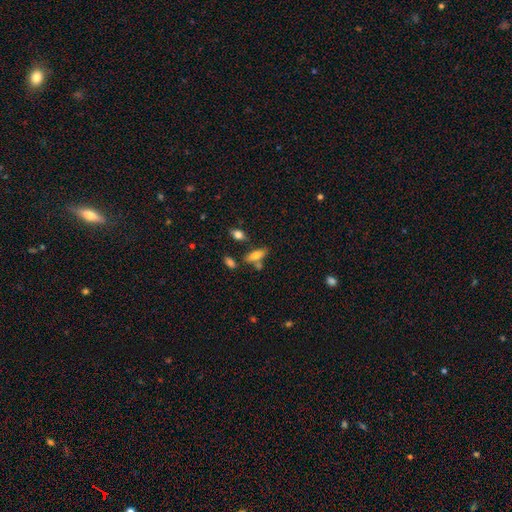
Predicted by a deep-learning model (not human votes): A smooth galaxy with no disk features (66%) that is in between round and cigar-shaped (65%).

Vote fractions:
- Smooth or featured? smooth: 66% / featured or disk: 25% / star or artifact: 9%
- How rounded? in between: 65% / cigar-shaped: 32% / round: 3%
- Merging? none: 59% / merger: 19% / minor disturbance: 16% / major disturbance: 5%